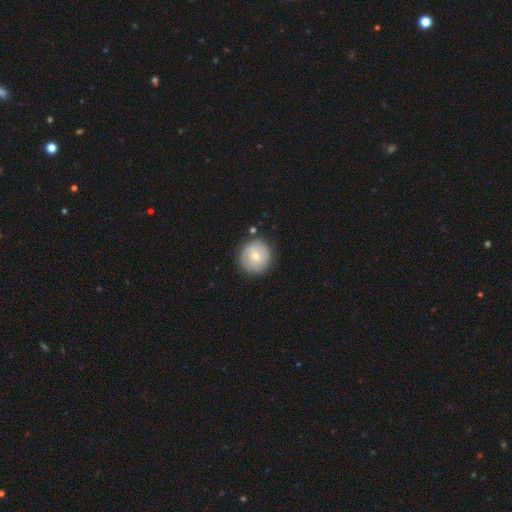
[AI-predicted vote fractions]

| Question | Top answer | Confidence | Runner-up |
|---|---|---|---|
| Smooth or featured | smooth | 48% | featured or disk (44%) |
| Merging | none | 82% | minor disturbance (12%) |